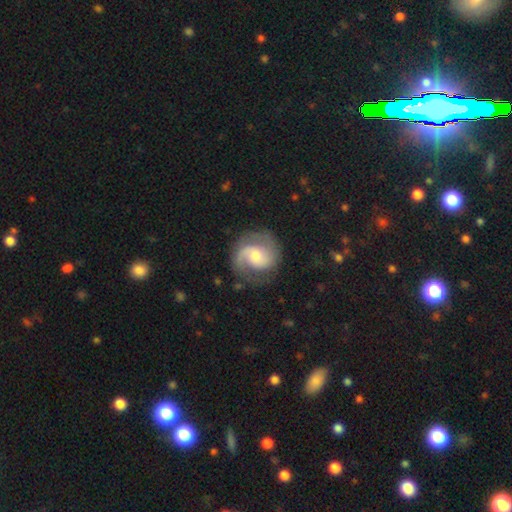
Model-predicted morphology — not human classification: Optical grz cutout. It shows a featured or disk galaxy (84%) with no bar (56%), 2 (80%) medium (51%) spiral arms (97%) and a moderate central bulge (53%). Merging: none (76%).